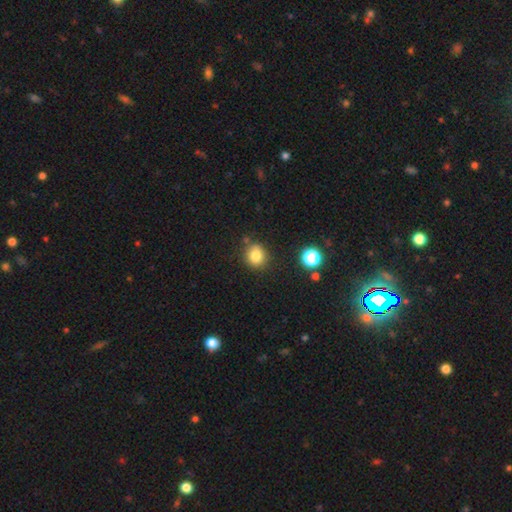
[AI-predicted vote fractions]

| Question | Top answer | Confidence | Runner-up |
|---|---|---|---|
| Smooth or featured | smooth | 82% | star or artifact (12%) |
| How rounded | round | 82% | in between (17%) |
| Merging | none | 80% | minor disturbance (12%) |